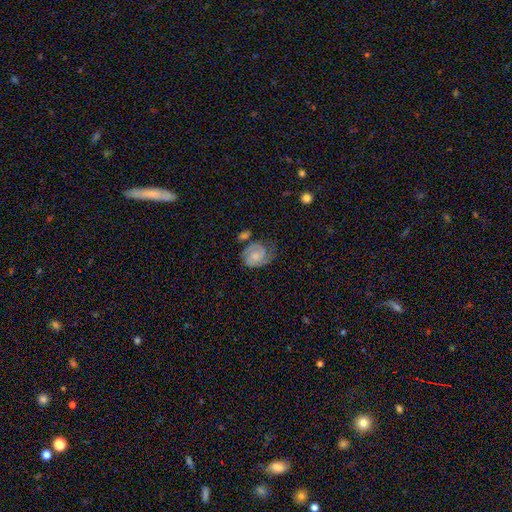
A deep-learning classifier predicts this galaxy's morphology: A featured or disk galaxy (55%) with no bar (67%), spiral arms (87%) and a small central bulge (47%). Merging: none (45%).